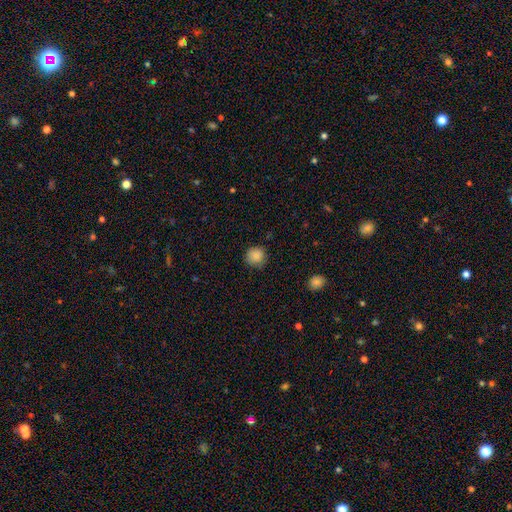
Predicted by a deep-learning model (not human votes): smooth 87%, star or artifact 10%, featured or disk 3%. Down the decision tree: how rounded — round (91%); merging — none (83%).